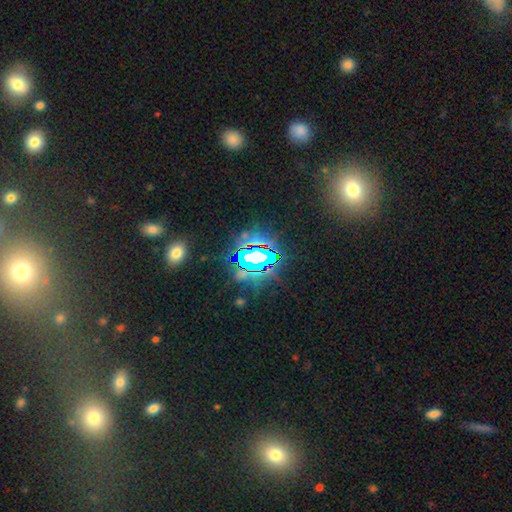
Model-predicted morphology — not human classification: Overall: star or artifact (76%).